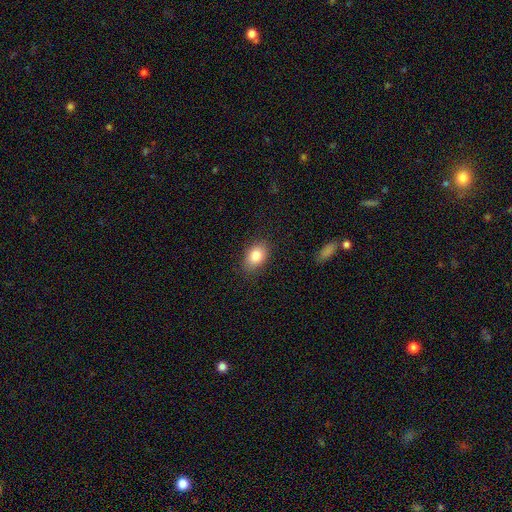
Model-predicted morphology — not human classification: Smooth or featured? smooth (83%)
How rounded? in between (80%)
Merging? none (85%)